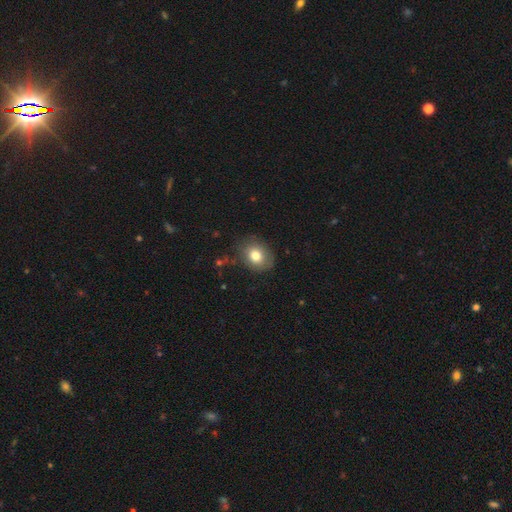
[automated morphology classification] Smooth or featured? Predicted: smooth (p=0.78). How rounded? Predicted: round (p=0.52). Merging? Predicted: none (p=0.78).